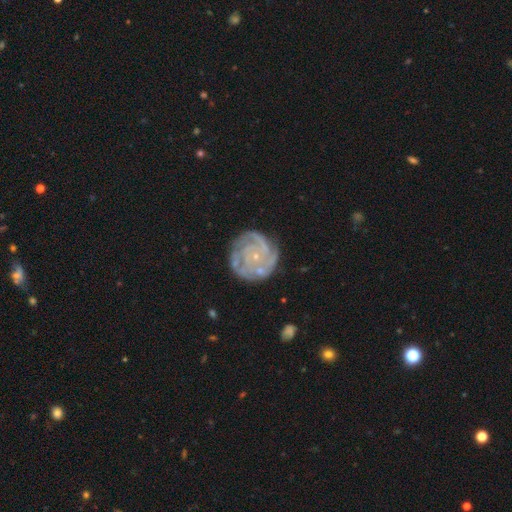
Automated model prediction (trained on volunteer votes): This is clearly a featured or disk galaxy (83%). It is clearly not viewed edge-on (98%). Bar: likely no (79%). Spiral arm pattern: clearly yes (93%). Spiral arm count: marginally 3 (28%). Spiral winding: likely tight (71%). Central bulge: clearly small (82%). Merging: likely none (70%).